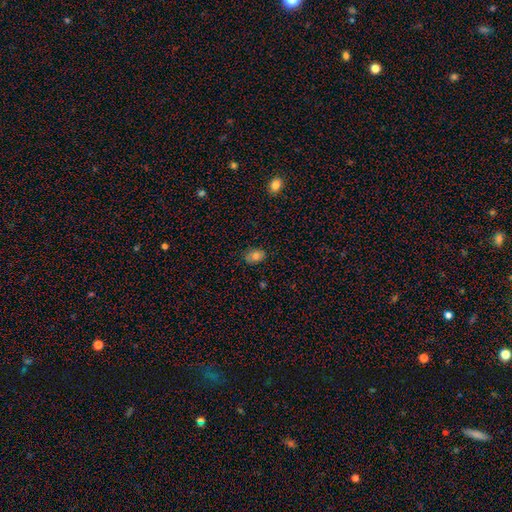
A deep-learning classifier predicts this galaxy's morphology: This appears to be a smooth galaxy with no disk features (78%) that is in between round and cigar-shaped (76%). Merging: none (79%).